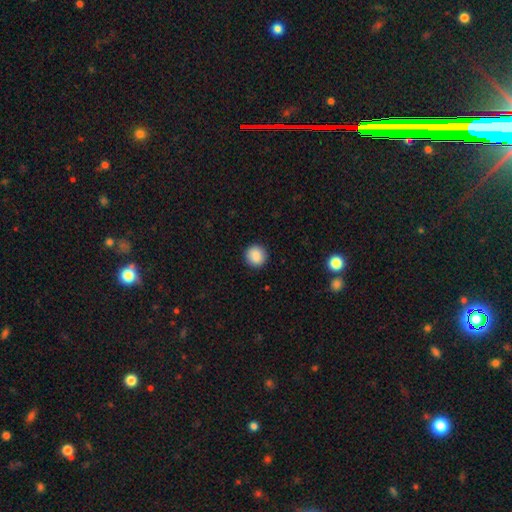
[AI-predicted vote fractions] Overall: smooth (88%). How rounded: round (93%). Merging: none (91%).